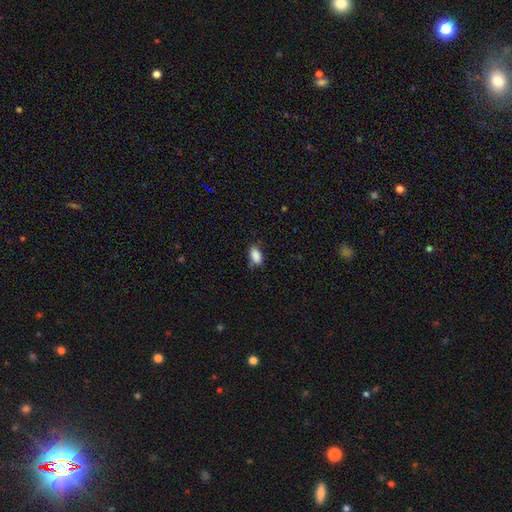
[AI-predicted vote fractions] A smooth galaxy with no disk features (88%) that is in between round and cigar-shaped (92%). Merging: none (70%).